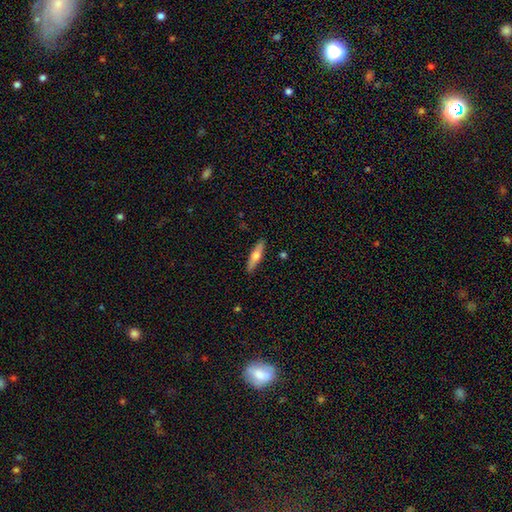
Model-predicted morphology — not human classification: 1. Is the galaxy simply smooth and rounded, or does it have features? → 50% smooth, 44% featured or disk, 6% star or artifact.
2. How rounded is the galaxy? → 77% cigar-shaped, 21% in between, 2% round.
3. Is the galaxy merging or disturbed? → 89% none, 8% minor disturbance, 2% major disturbance, 1% merger.